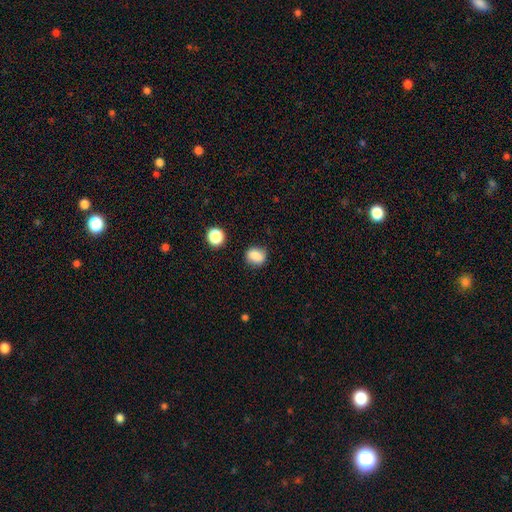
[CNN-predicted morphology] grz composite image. It shows a smooth galaxy with no disk features (83%) that is round (54%). Merging: none (81%).